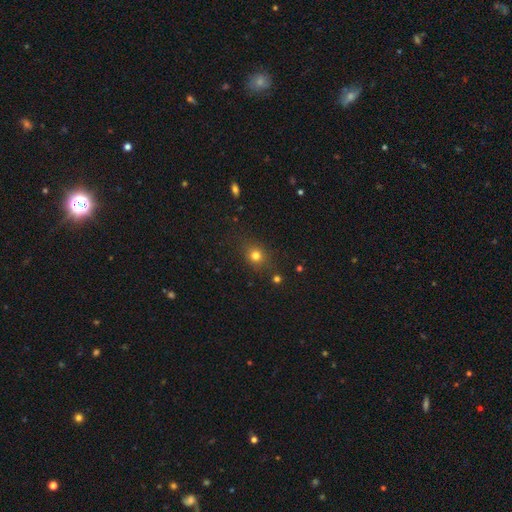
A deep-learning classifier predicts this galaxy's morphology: type=smooth (76%); roundness=round (73%); merging=none (81%).